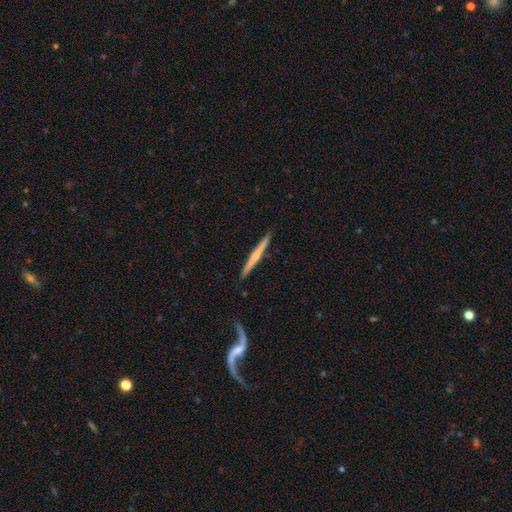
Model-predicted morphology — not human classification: Smooth or featured? Predicted: featured or disk (p=0.59). Edge-on disk? Predicted: yes (p=0.97). Edge-on bulge? Predicted: rounded (p=0.57). Merging? Predicted: none (p=0.90).